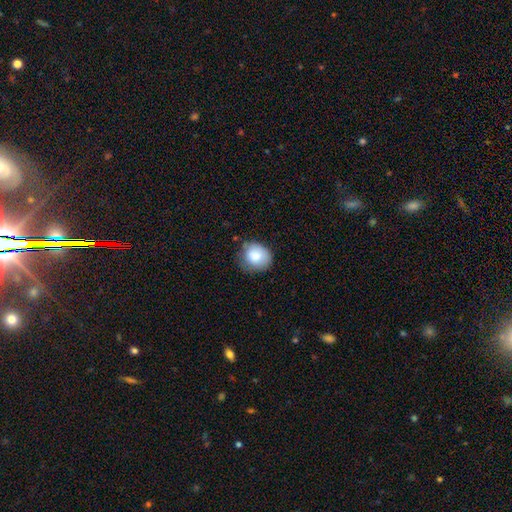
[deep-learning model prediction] smooth-or-featured: smooth: 82% | featured or disk: 11% | star or artifact: 8%
  how-rounded: round: 76% | in between: 24% | cigar-shaped: 1%
  merging: none: 60% | minor disturbance: 30% | major disturbance: 7% | merger: 2%